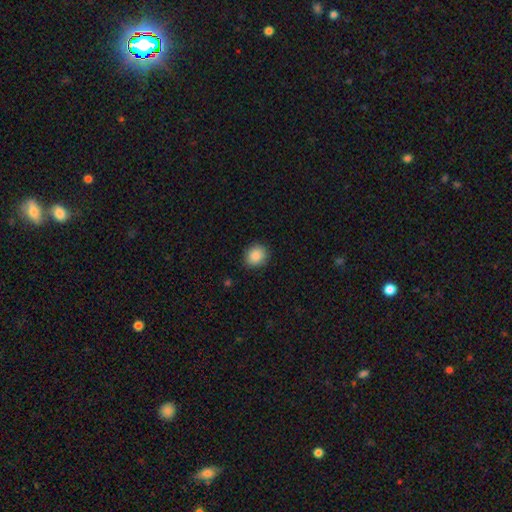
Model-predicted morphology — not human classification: A smooth galaxy with no disk features (88%) that is round (74%). Merging: none (88%).